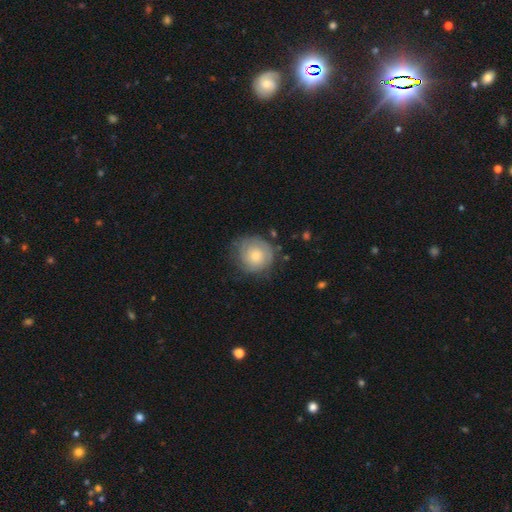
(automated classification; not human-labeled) Smooth or featured? featured or disk (48%)
Merging? none (70%)